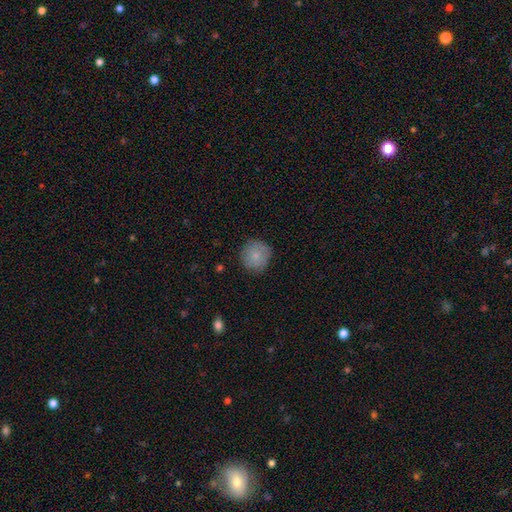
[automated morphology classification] smooth_or_featured: smooth (p=0.80) [alt: featured or disk p=0.12]
how_rounded: round (p=0.93) [alt: in between p=0.06]
merging: none (p=0.83) [alt: minor disturbance p=0.13]